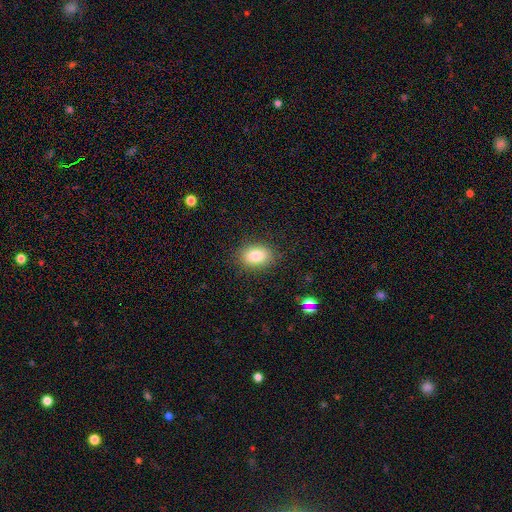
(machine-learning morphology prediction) smooth 84%, star or artifact 8%, featured or disk 7%. Down the decision tree: how rounded — in between (82%); merging — none (86%).